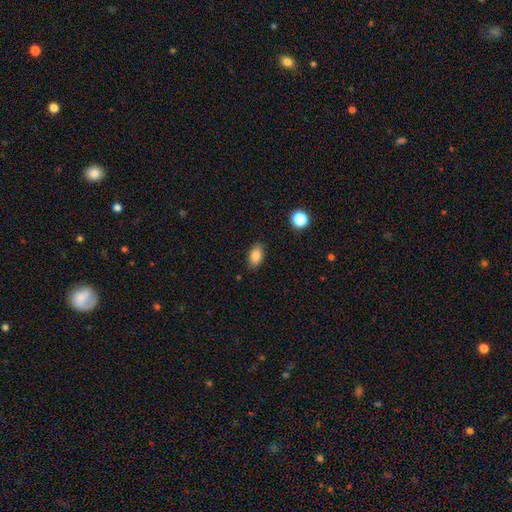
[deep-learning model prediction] Q: Smooth or featured?
A: smooth (85%); runner-up: star or artifact (9%)
Q: How rounded?
A: in between (88%); runner-up: round (9%)
Q: Merging?
A: none (84%); runner-up: minor disturbance (11%)